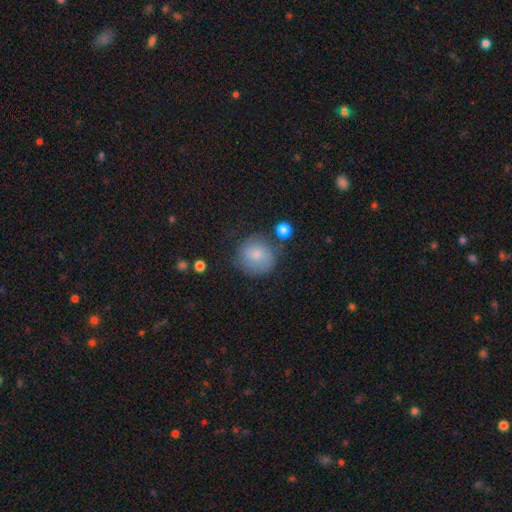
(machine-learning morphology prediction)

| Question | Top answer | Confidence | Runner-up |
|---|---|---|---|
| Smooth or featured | smooth | 74% | featured or disk (17%) |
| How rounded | round | 90% | in between (9%) |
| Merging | none | 68% | minor disturbance (20%) |